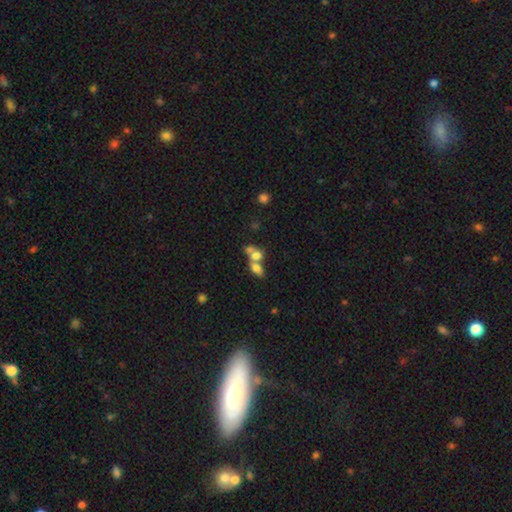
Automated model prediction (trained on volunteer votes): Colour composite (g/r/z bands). It shows a smooth galaxy with no disk features (67%) that is in between round and cigar-shaped (65%). Merging: merger (68%).